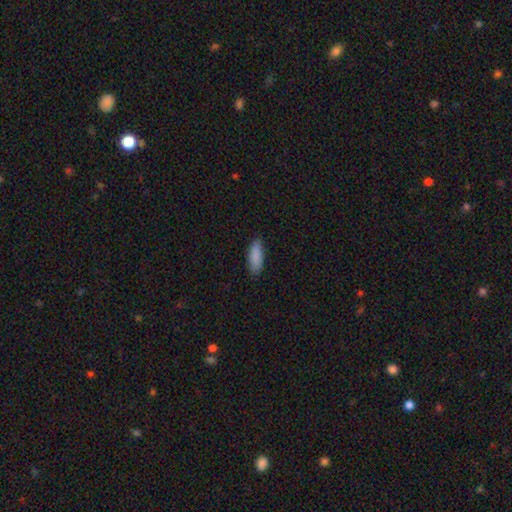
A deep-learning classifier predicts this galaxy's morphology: smooth-or-featured: smooth: 89% | star or artifact: 6% | featured or disk: 5%
  how-rounded: in between: 67% | cigar-shaped: 32% | round: 2%
  merging: none: 84% | minor disturbance: 13% | major disturbance: 2% | merger: 1%